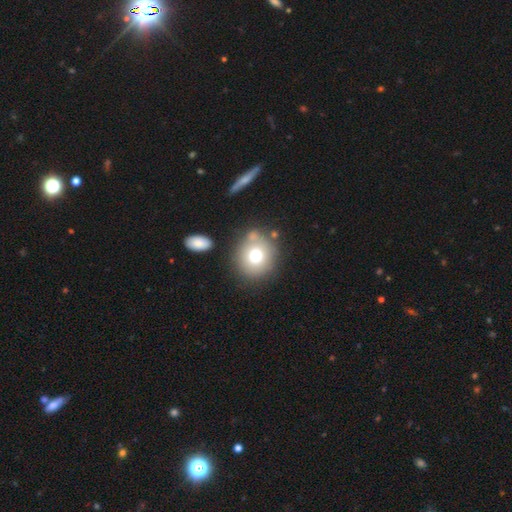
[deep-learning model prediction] A smooth galaxy with no disk features (75%) that is round (82%).

Vote fractions:
- Smooth or featured? smooth: 75% / featured or disk: 15% / star or artifact: 10%
- How rounded? round: 82% / in between: 17% / cigar-shaped: 1%
- Merging? none: 72% / minor disturbance: 13% / merger: 11% / major disturbance: 5%